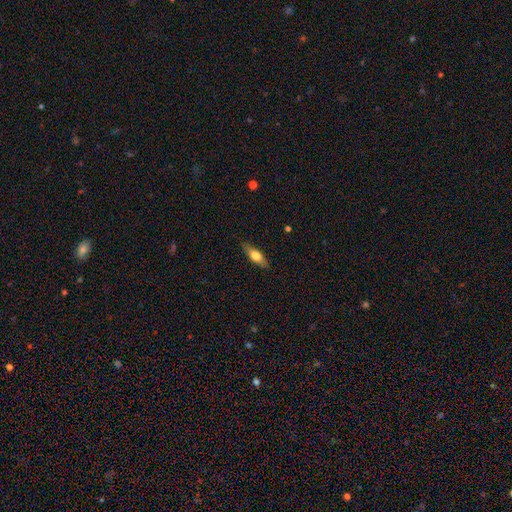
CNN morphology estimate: Q: Smooth or featured?
A: smooth (59%); runner-up: featured or disk (35%)
Q: How rounded?
A: in between (55%); runner-up: cigar-shaped (41%)
Q: Merging?
A: none (84%); runner-up: minor disturbance (13%)